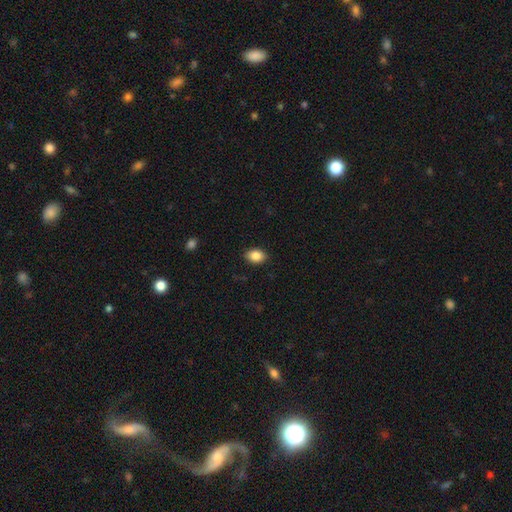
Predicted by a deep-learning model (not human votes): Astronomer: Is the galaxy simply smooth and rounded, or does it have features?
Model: smooth — 87%.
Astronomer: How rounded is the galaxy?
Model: in between — 77%.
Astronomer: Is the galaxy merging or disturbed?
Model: none — 88%.